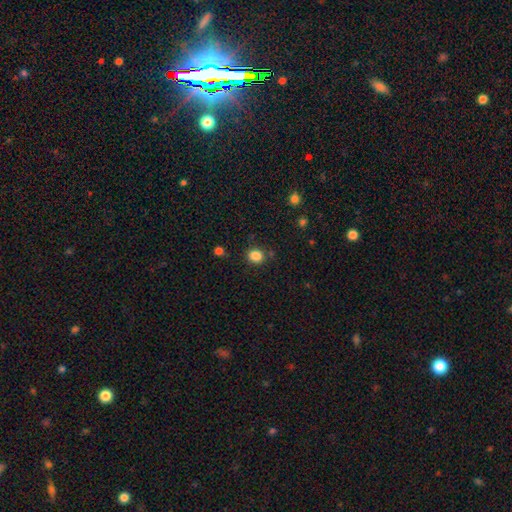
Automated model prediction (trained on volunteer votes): Smooth or featured? smooth (85%)
How rounded? round (67%)
Merging? none (81%)